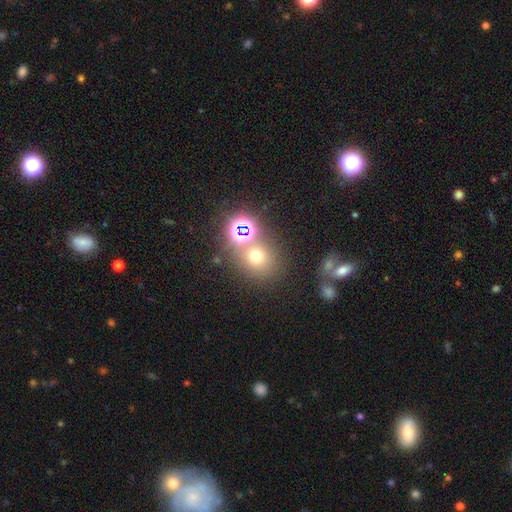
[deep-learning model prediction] smooth 59%, star or artifact 30%, featured or disk 11%. Down the decision tree: how rounded — round (77%); merging — none (64%).